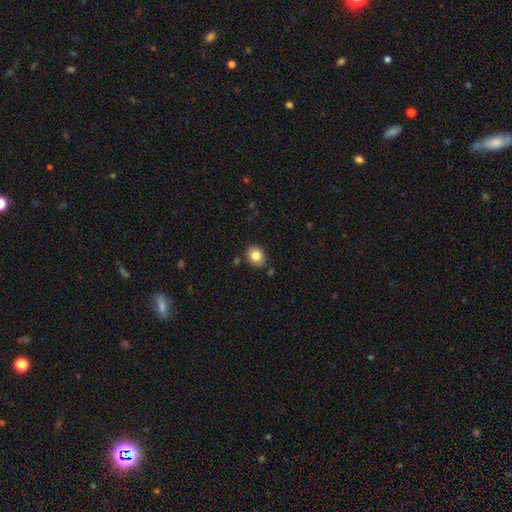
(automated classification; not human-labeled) This appears to be a smooth galaxy with no disk features (83%) that is round (51%). Merging: none (83%).